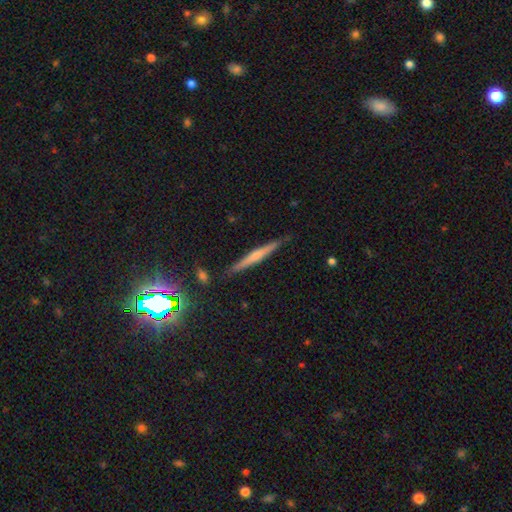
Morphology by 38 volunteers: Q: Smooth or featured?
A: featured or disk (74%); runner-up: smooth (18%)
Q: Edge-on disk?
A: yes (93%); runner-up: no (7%)
Q: Edge-on bulge?
A: rounded (88%); runner-up: boxy (12%)
Q: Merging?
A: none (86%); runner-up: minor disturbance (9%)